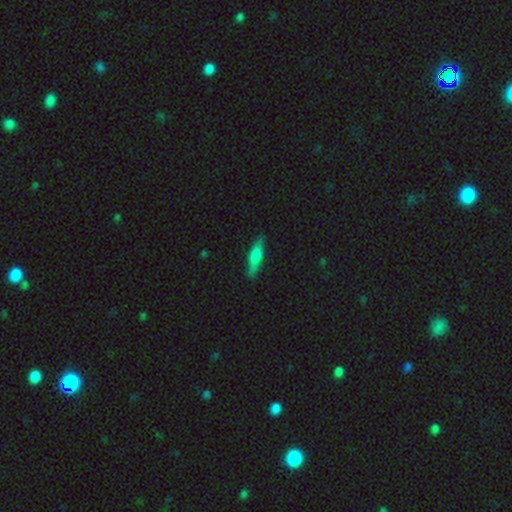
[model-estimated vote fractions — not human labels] Smooth or featured: smooth — 61% (featured or disk — 33%)
How rounded: cigar-shaped — 73% (in between — 25%)
Merging: none — 86% (minor disturbance — 11%)